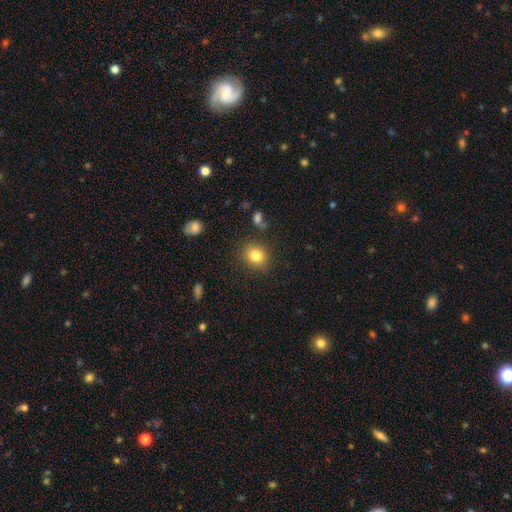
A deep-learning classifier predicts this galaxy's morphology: Smooth or featured: smooth — 82% (star or artifact — 11%)
How rounded: round — 66% (in between — 33%)
Merging: none — 82% (minor disturbance — 12%)